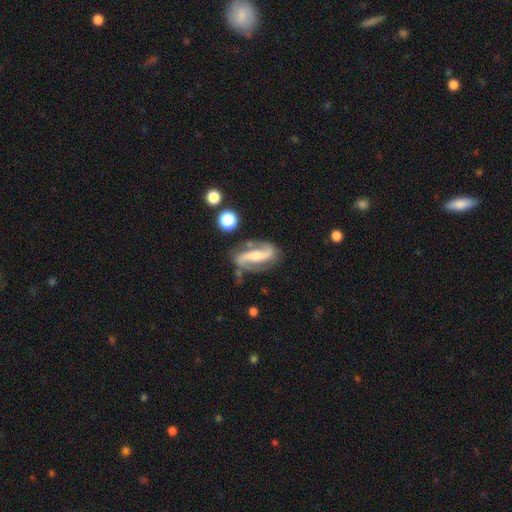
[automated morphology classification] Smooth or featured?
  - featured or disk: 84% *
  - smooth: 10%
  - star or artifact: 5%
Edge-on disk?
  - no: 92% *
  - yes: 8%
Bar?
  - strong: 50% *
  - weak: 25%
  - no: 25%
Spiral arms?
  - yes: 95% *
  - no: 5%
Spiral winding?
  - loose: 43% *
  - medium: 40%
  - tight: 16%
Spiral arm count?
  - 2: 92% *
  - can't tell: 3%
  - 1: 2%
  - 3: 1%
  - 4: 1%
  - more than 4: 1%
Bulge size?
  - moderate: 51% *
  - small: 34%
  - large: 8%
  - none: 4%
  - dominant: 2%
Merging?
  - none: 76% *
  - minor disturbance: 15%
  - major disturbance: 6%
  - merger: 4%